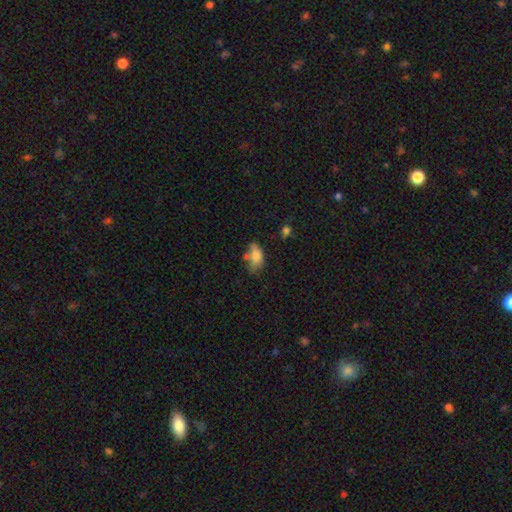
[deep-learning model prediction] Smooth or featured? Predicted: smooth (p=0.75). How rounded? Predicted: in between (p=0.89). Merging? Predicted: none (p=0.44).